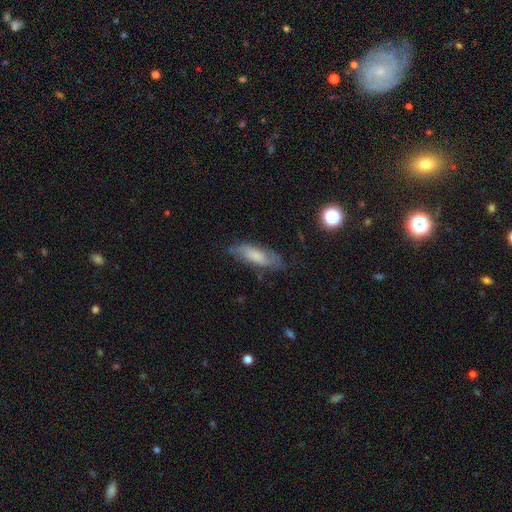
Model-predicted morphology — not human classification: This is possibly a smooth galaxy (50%). How rounded: likely in between (64%). Merging: likely none (65%).